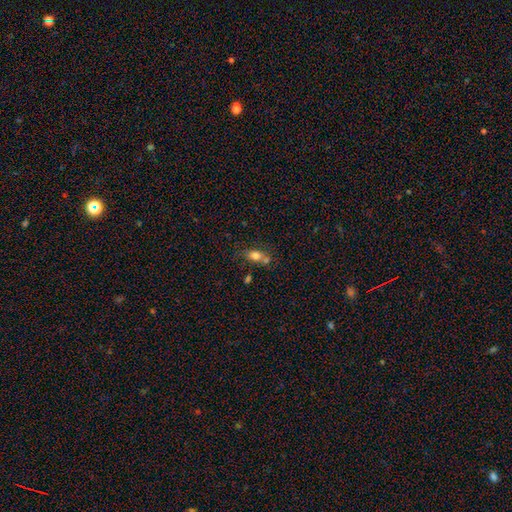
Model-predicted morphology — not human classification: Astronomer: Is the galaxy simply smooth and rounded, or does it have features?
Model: smooth — 78%.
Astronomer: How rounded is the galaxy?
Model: in between — 75%.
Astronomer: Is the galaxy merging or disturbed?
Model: none — 49% (runner-up: merger, 31%).